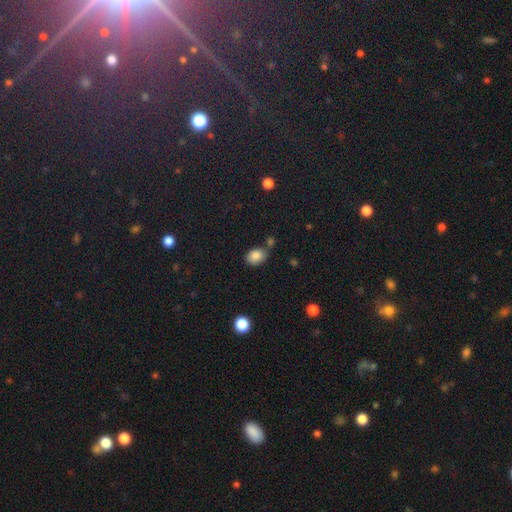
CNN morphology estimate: Smooth or featured: smooth — 85% (star or artifact — 9%)
How rounded: in between — 71% (round — 28%)
Merging: none — 62% (minor disturbance — 19%)